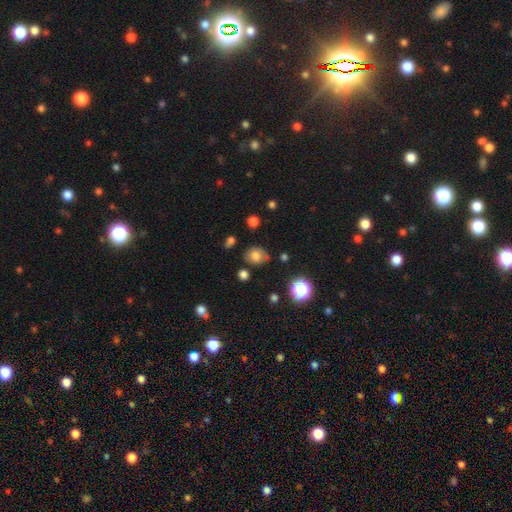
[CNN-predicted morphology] smooth_or_featured: smooth (p=0.73) [alt: star or artifact p=0.14]
how_rounded: round (p=0.53) [alt: in between p=0.46]
merging: none (p=0.68) [alt: minor disturbance p=0.22]